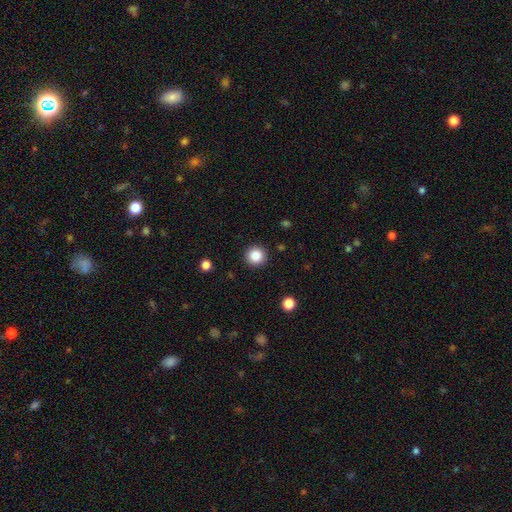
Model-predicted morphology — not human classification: The model was most divided on "smooth or featured": smooth: 86%, star or artifact: 10%, featured or disk: 4%. More confident: how rounded — round (96%); merging — none (92%).